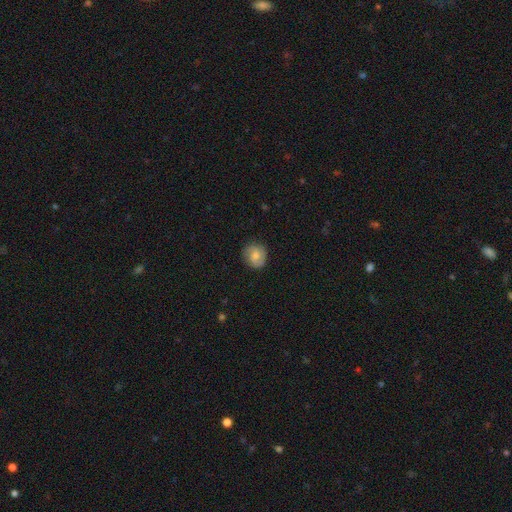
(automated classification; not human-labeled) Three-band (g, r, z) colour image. It shows a smooth galaxy with no disk features (70%) that is round (78%). Merging: none (82%).